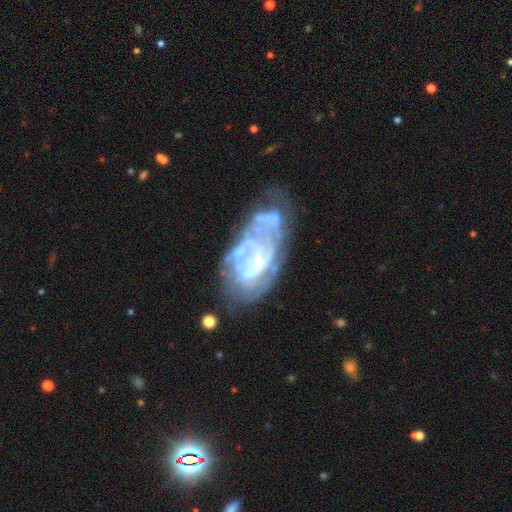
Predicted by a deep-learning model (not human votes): Smooth or featured? Predicted: featured or disk (p=0.77). Edge-on disk? Predicted: no (p=0.95). Bar? Predicted: no (p=0.70). Spiral arms? Predicted: yes (p=0.53). Bulge size? Predicted: none (p=0.40). Merging? Predicted: none (p=0.46).